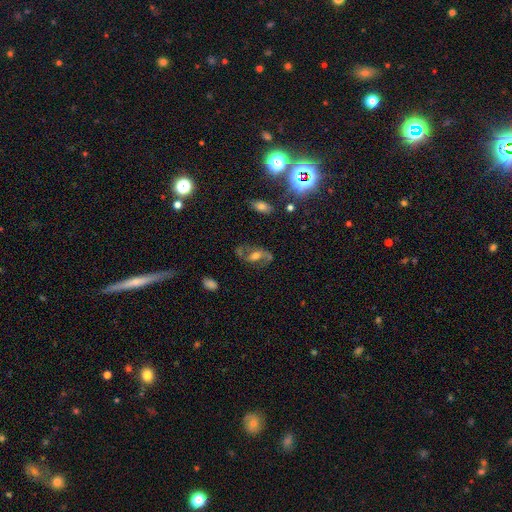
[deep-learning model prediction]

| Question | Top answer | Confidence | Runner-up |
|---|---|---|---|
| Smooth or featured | featured or disk | 75% | smooth (15%) |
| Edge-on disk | no | 92% | yes (8%) |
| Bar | weak | 38% | no (32%) |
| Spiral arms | yes | 87% | no (13%) |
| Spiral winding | loose | 52% | medium (38%) |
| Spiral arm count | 2 | 89% | can't tell (4%) |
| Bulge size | moderate | 61% | small (23%) |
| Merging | none | 66% | minor disturbance (18%) |